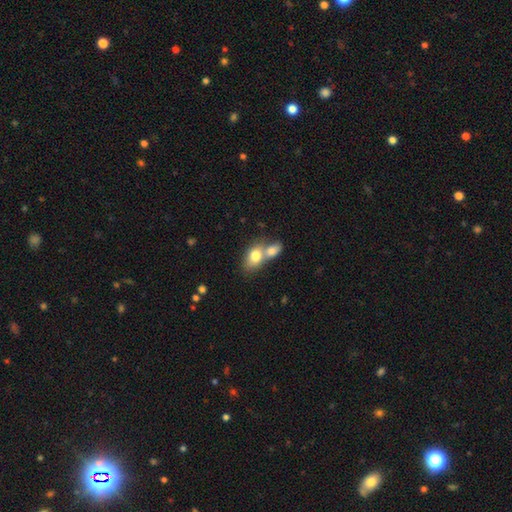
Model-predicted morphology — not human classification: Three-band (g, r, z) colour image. It shows a smooth galaxy with no disk features (76%) that is in between round and cigar-shaped (83%). Merging: merger (64%).